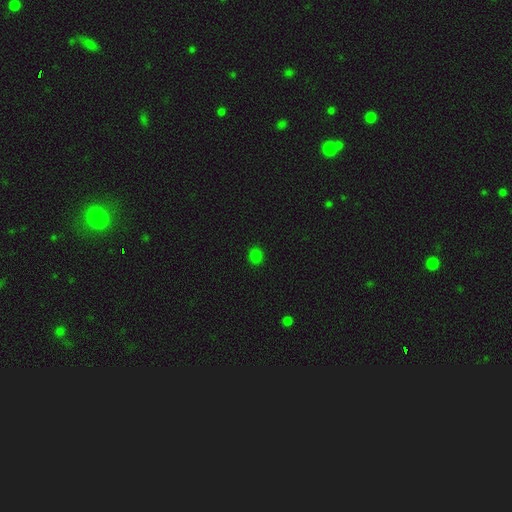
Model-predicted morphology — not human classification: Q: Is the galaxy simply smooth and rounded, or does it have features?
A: smooth — 81%.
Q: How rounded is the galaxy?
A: round — 82%.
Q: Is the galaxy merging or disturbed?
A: none — 91%.